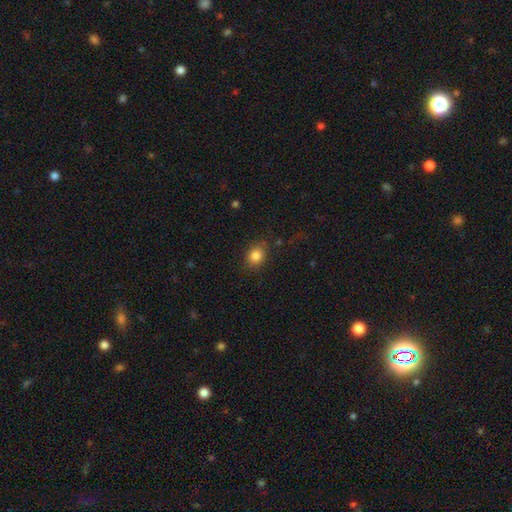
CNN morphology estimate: Smooth or featured? Predicted: smooth (p=0.84). How rounded? Predicted: round (p=0.50). Merging? Predicted: none (p=0.81).